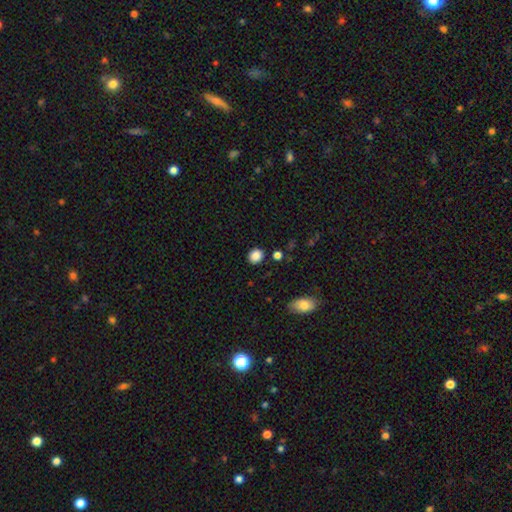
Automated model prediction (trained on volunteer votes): A smooth galaxy with no disk features (87%) that is round (71%).

Vote fractions:
- Smooth or featured? smooth: 87% / star or artifact: 10% / featured or disk: 4%
- How rounded? round: 71% / in between: 28% / cigar-shaped: 1%
- Merging? none: 87% / minor disturbance: 8% / merger: 3% / major disturbance: 2%